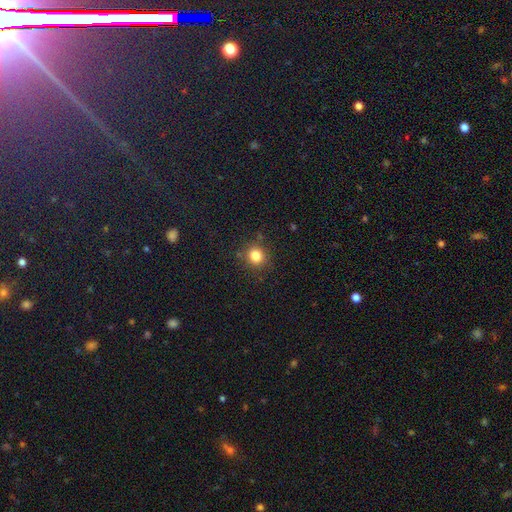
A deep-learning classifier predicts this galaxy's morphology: A smooth galaxy with no disk features (82%) that is round (89%). Merging: none (85%).